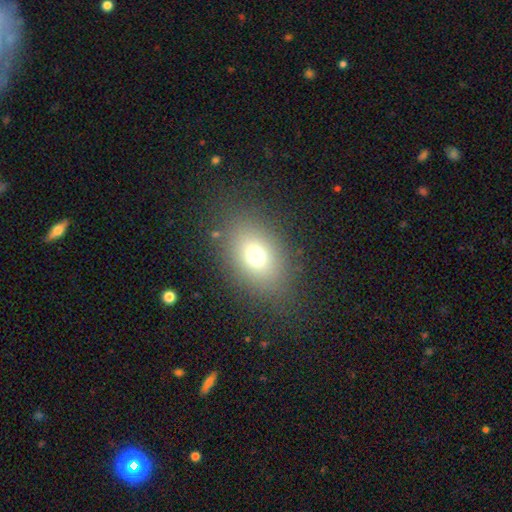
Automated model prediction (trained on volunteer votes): Smooth or featured? Predicted: smooth (p=0.70). How rounded? Predicted: in between (p=0.69). Merging? Predicted: none (p=0.81).